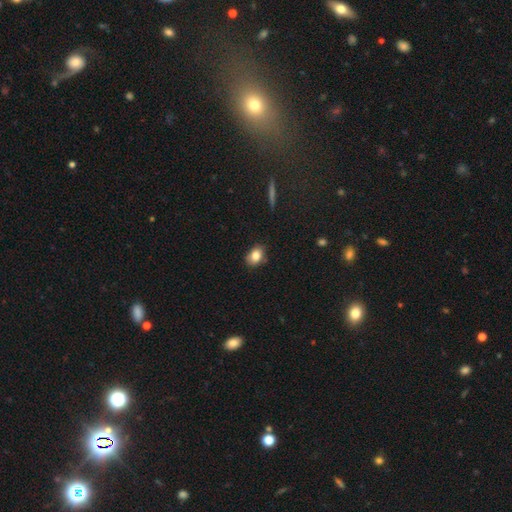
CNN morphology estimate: A smooth galaxy with no disk features (82%) that is in between round and cigar-shaped (71%). Merging: none (77%).